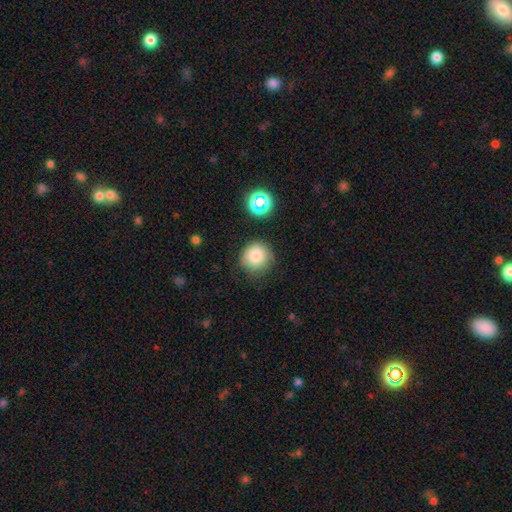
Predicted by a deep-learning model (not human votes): A smooth galaxy with no disk features (80%) that is round (91%). Merging: none (73%).